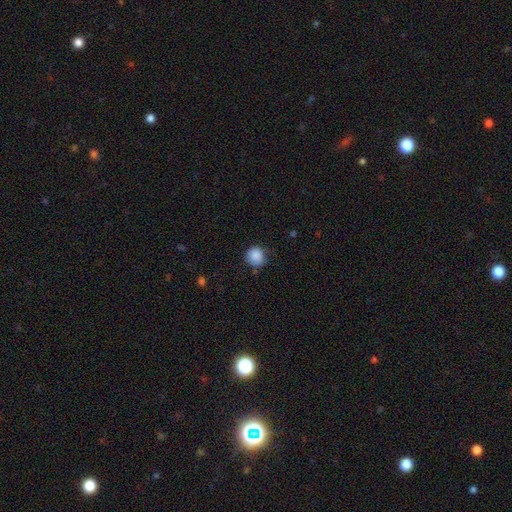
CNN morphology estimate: smooth_or_featured: smooth (p=0.88) [alt: star or artifact p=0.08]
how_rounded: round (p=0.89) [alt: in between p=0.10]
merging: none (p=0.73) [alt: minor disturbance p=0.20]